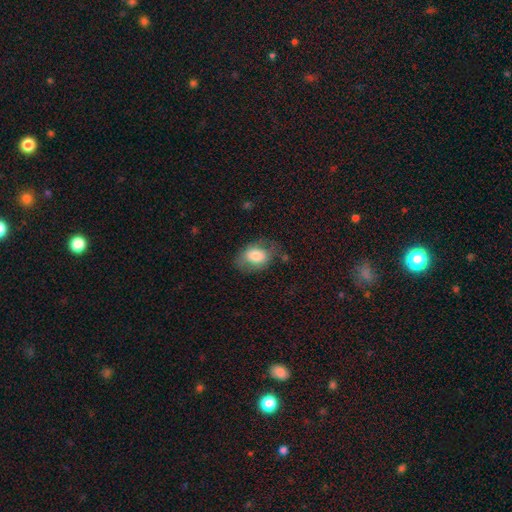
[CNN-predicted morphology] A smooth galaxy with no disk features (74%) that is in between round and cigar-shaped (73%). Merging: none (59%).